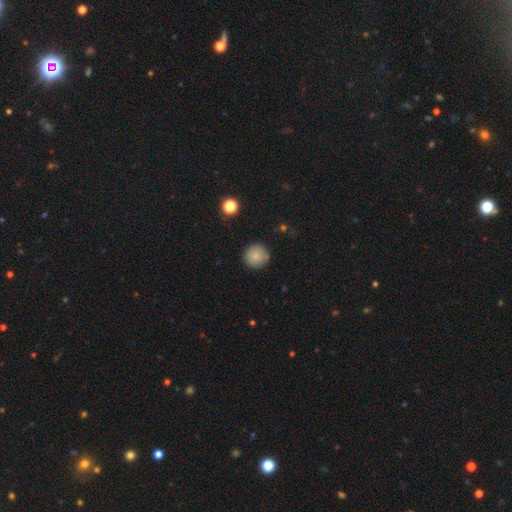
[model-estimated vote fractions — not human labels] Smooth or featured? Predicted: smooth (p=0.83). How rounded? Predicted: round (p=0.95). Merging? Predicted: none (p=0.88).